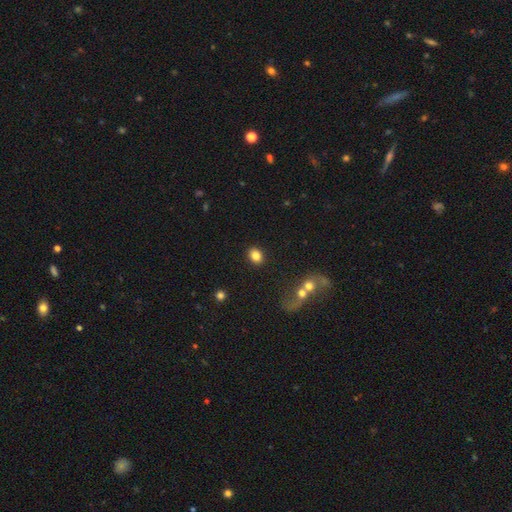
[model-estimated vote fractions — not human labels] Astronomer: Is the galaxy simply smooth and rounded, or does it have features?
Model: smooth — 83%.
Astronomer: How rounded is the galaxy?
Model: in between — 55% (runner-up: round, 44%).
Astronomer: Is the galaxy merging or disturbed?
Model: none — 87%.